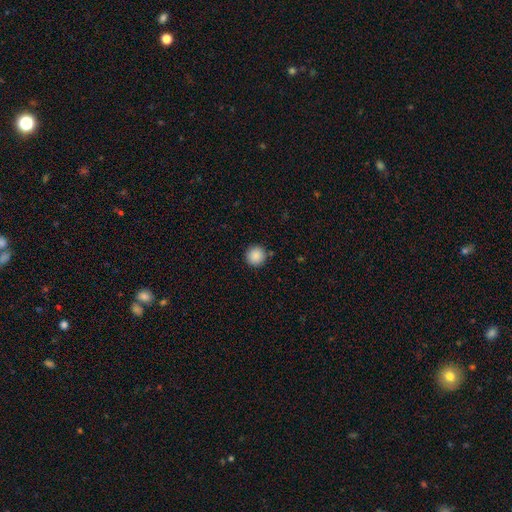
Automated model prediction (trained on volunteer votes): Smooth or featured? smooth (89%)
How rounded? round (95%)
Merging? none (90%)